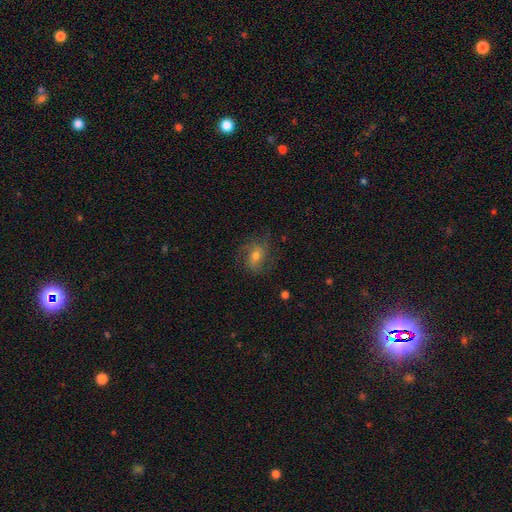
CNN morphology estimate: The model was most divided on "smooth or featured": featured or disk: 55%, smooth: 32%, star or artifact: 13%. More confident: edge-on disk — no (96%); spiral arms — yes (85%); merging — none (69%); bulge size — moderate (62%); bar — no (61%).